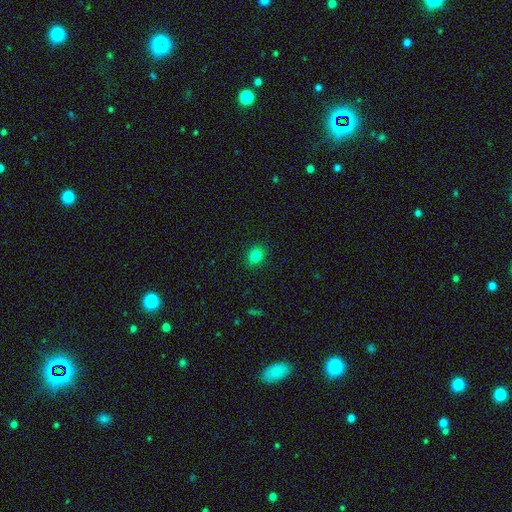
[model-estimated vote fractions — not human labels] Smooth or featured: smooth — 81% (star or artifact — 13%)
How rounded: round — 58% (in between — 41%)
Merging: none — 90% (minor disturbance — 7%)